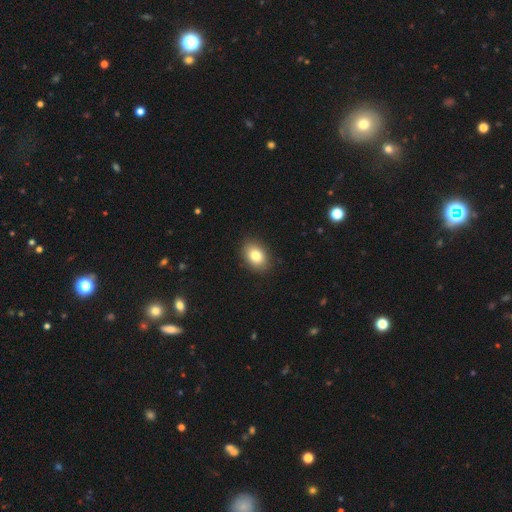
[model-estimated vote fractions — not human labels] This is clearly a smooth galaxy (82%). How rounded: likely in between (76%). Merging: clearly none (89%).